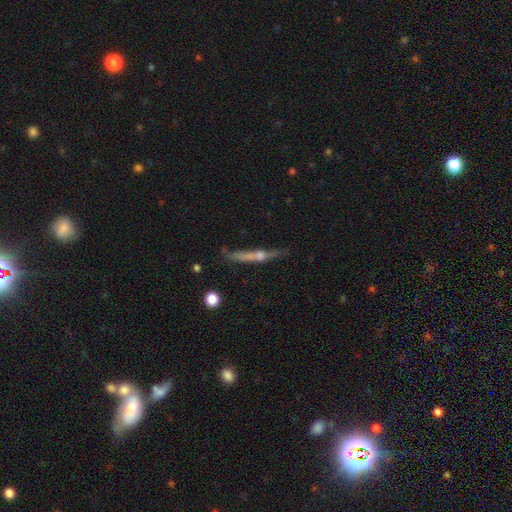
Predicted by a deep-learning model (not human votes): smooth_or_featured: featured or disk (p=0.61) [alt: smooth p=0.30]
disk_edge_on: yes (p=0.93) [alt: no p=0.07]
edge_on_bulge: rounded (p=0.67) [alt: none p=0.25]
merging: none (p=0.64) [alt: minor disturbance p=0.22]